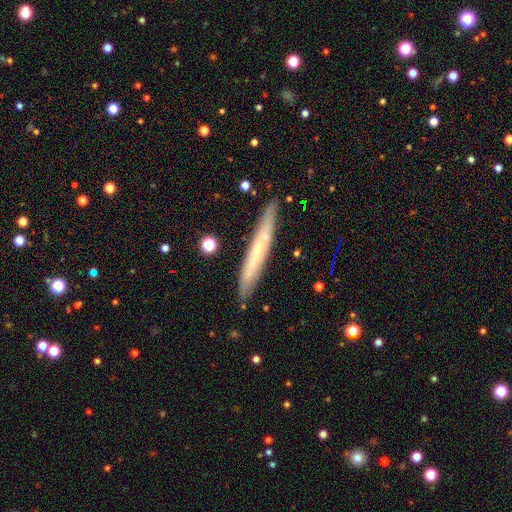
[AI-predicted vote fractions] featured or disk 49%, smooth 43%, star or artifact 8%. Down the decision tree: merging — none (87%).